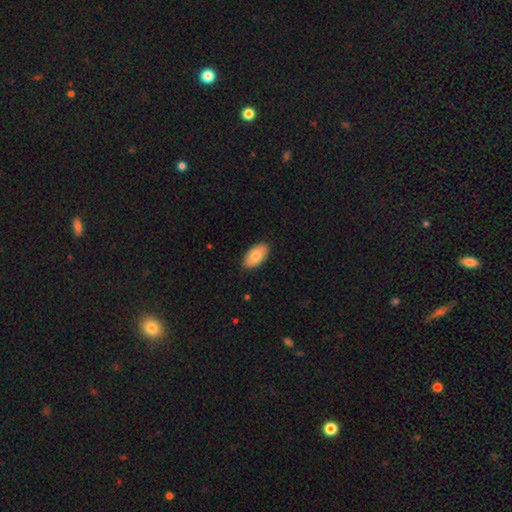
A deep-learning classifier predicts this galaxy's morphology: smooth_or_featured: smooth (p=0.77) [alt: featured or disk p=0.17]
how_rounded: in between (p=0.95) [alt: round p=0.03]
merging: none (p=0.87) [alt: minor disturbance p=0.10]